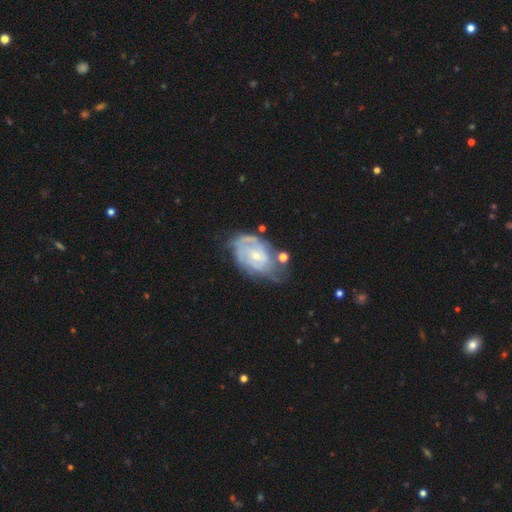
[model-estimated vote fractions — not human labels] Q: Smooth or featured?
A: featured or disk (78%); runner-up: smooth (16%)
Q: Edge-on disk?
A: no (96%); runner-up: yes (4%)
Q: Bar?
A: no (62%); runner-up: weak (33%)
Q: Spiral arms?
A: yes (85%); runner-up: no (15%)
Q: Spiral winding?
A: tight (62%); runner-up: medium (30%)
Q: Spiral arm count?
A: can't tell (44%); runner-up: 2 (29%)
Q: Bulge size?
A: small (62%); runner-up: moderate (33%)
Q: Merging?
A: none (47%); runner-up: minor disturbance (29%)